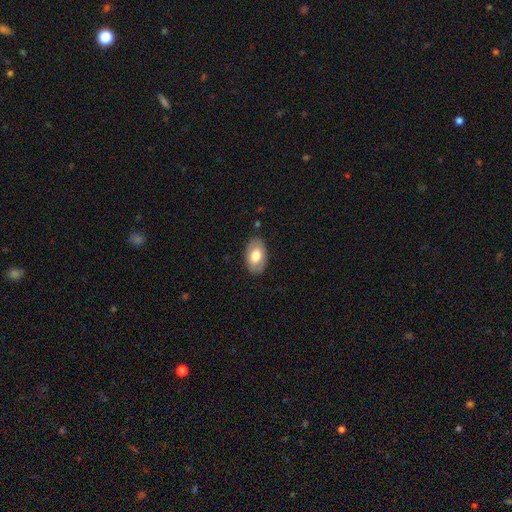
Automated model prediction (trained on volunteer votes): This is likely a smooth galaxy (69%). How rounded: clearly in between (91%). Merging: clearly none (85%).